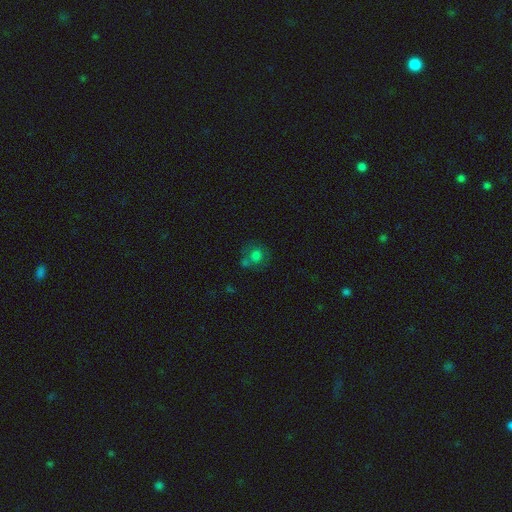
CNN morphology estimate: smooth_or_featured: smooth (p=0.64) [alt: featured or disk p=0.20]
how_rounded: round (p=0.80) [alt: in between p=0.19]
merging: none (p=0.49) [alt: merger p=0.23]